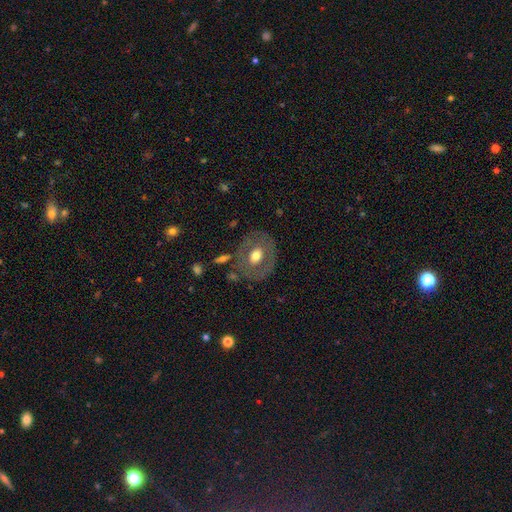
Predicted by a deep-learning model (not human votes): smooth_or_featured: smooth (p=0.47) [alt: featured or disk p=0.46]
merging: none (p=0.77) [alt: minor disturbance p=0.13]